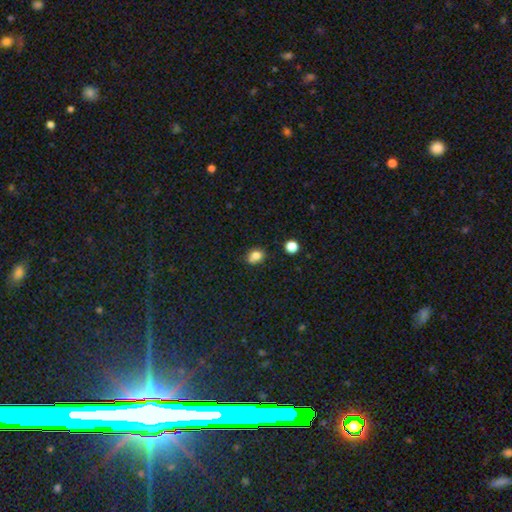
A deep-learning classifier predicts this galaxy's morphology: A smooth galaxy with no disk features (78%) that is round (56%).

Vote fractions:
- Smooth or featured? smooth: 78% / star or artifact: 13% / featured or disk: 10%
- How rounded? round: 56% / in between: 43% / cigar-shaped: 1%
- Merging? none: 53% / merger: 23% / minor disturbance: 19% / major disturbance: 5%